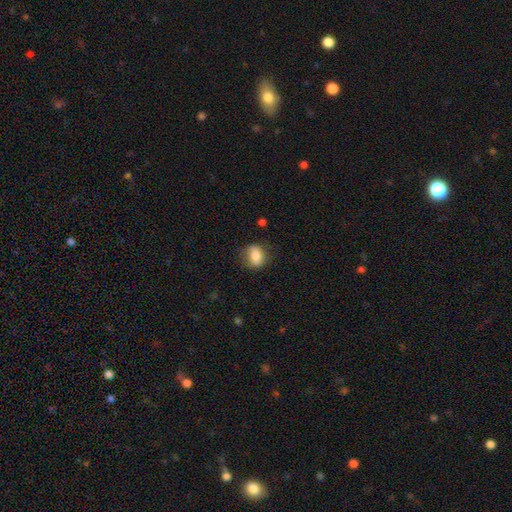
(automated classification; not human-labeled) A smooth galaxy with no disk features (82%) that is in between round and cigar-shaped (62%).

Vote fractions:
- Smooth or featured? smooth: 82% / featured or disk: 10% / star or artifact: 8%
- How rounded? in between: 62% / round: 36% / cigar-shaped: 2%
- Merging? none: 72% / minor disturbance: 20% / major disturbance: 6% / merger: 1%